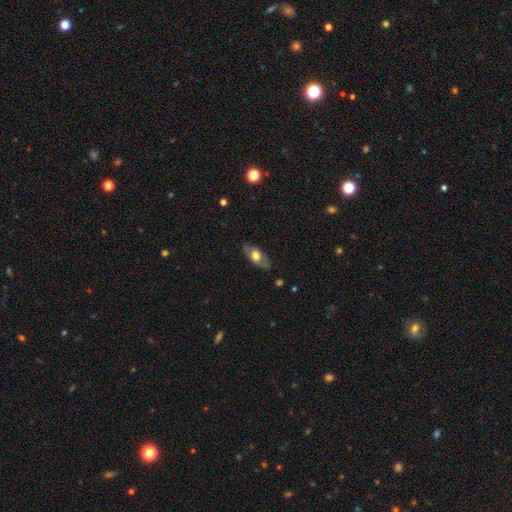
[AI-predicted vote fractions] Smooth or featured? smooth (49%)
Merging? none (80%)